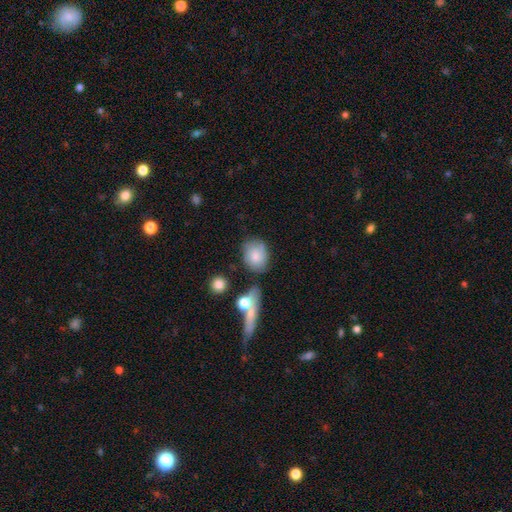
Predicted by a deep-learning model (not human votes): Smooth or featured?
  - smooth: 77% *
  - featured or disk: 14%
  - star or artifact: 9%
How rounded?
  - in between: 52% *
  - round: 46%
  - cigar-shaped: 2%
Merging?
  - none: 60% *
  - minor disturbance: 22%
  - merger: 10%
  - major disturbance: 8%